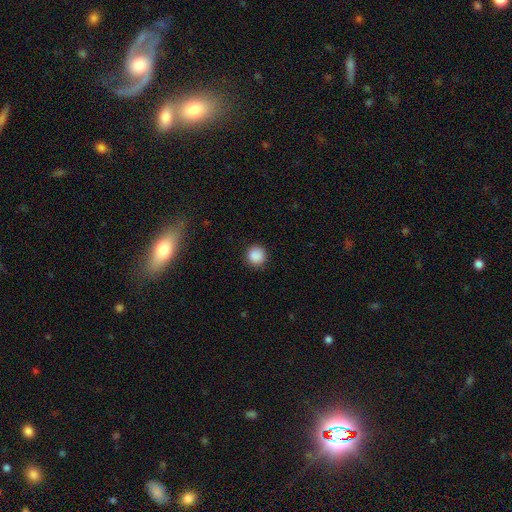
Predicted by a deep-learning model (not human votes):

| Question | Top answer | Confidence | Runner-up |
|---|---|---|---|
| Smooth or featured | smooth | 88% | star or artifact (9%) |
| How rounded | round | 94% | in between (5%) |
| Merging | none | 90% | minor disturbance (7%) |